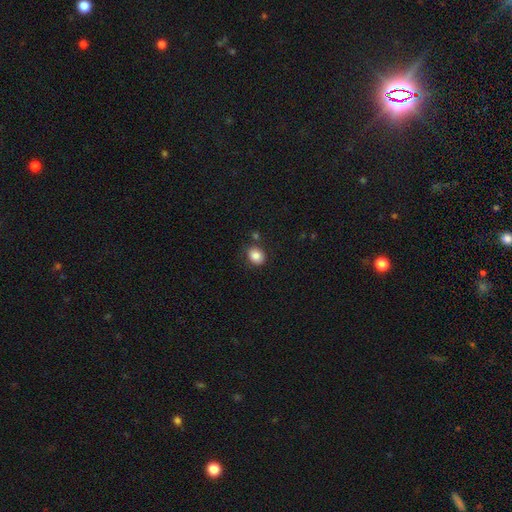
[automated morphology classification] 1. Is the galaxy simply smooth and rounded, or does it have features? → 85% smooth, 9% star or artifact, 6% featured or disk.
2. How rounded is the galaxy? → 54% round, 45% in between, 1% cigar-shaped.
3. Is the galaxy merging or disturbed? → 79% none, 12% minor disturbance, 5% merger, 3% major disturbance.